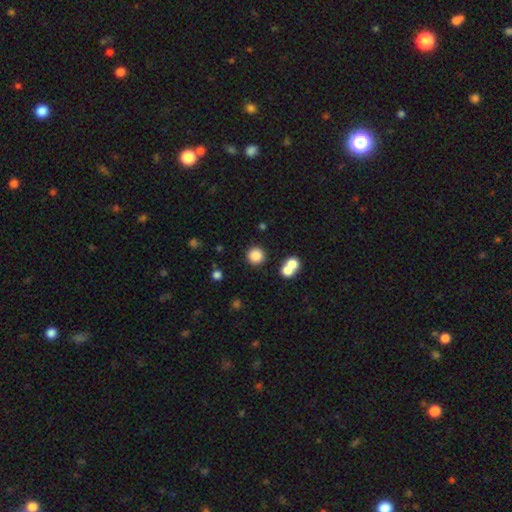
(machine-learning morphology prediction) type=smooth (83%); roundness=round (94%); merging=none (79%).